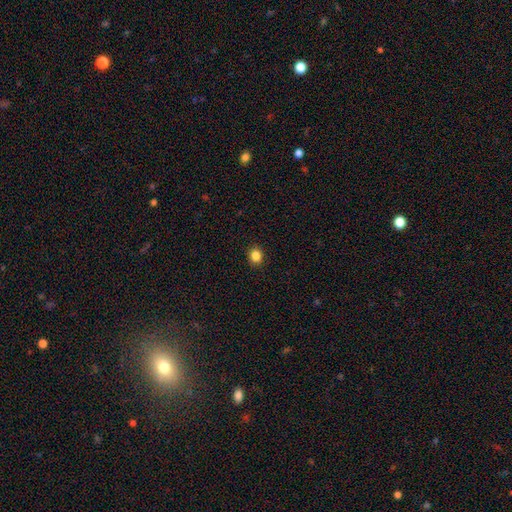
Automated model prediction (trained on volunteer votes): A smooth galaxy with no disk features (85%) that is round (69%). Merging: none (91%).